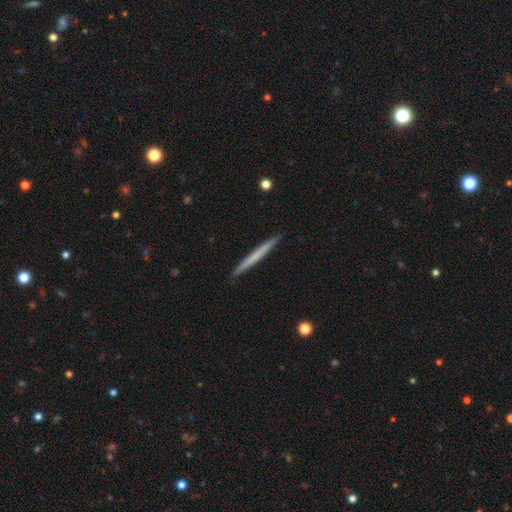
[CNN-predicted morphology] The model was most divided on "smooth or featured": smooth: 55%, featured or disk: 40%, star or artifact: 5%. More confident: how rounded — cigar-shaped (97%); merging — none (92%).